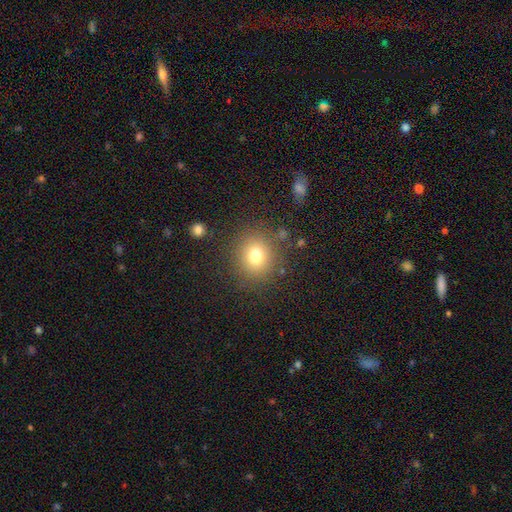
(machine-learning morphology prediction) smooth_or_featured: smooth (p=0.75) [alt: star or artifact p=0.15]
how_rounded: round (p=0.85) [alt: in between p=0.14]
merging: none (p=0.85) [alt: minor disturbance p=0.09]